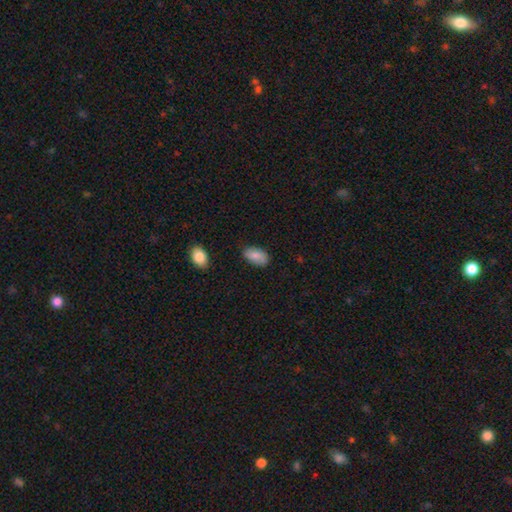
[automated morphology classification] A smooth galaxy with no disk features (85%) that is in between round and cigar-shaped (94%). Merging: none (78%).